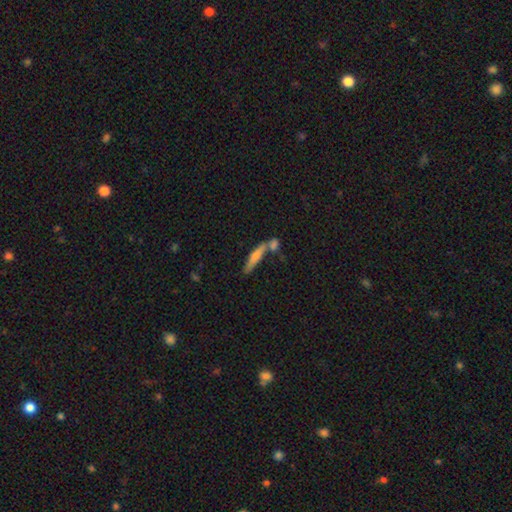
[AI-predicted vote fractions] Smooth or featured? Predicted: smooth (p=0.50). Merging? Predicted: none (p=0.55).